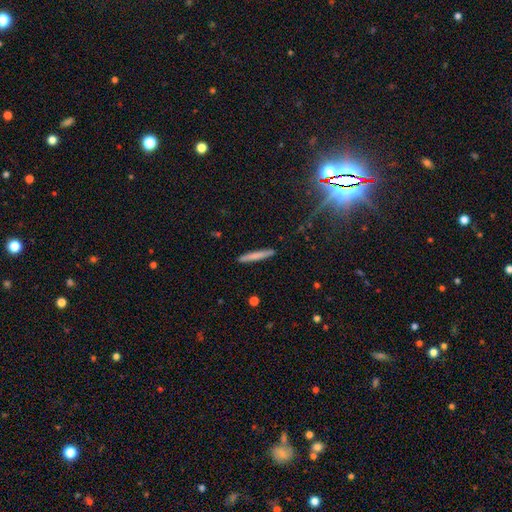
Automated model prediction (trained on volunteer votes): Smooth or featured: smooth — 71% (featured or disk — 23%)
How rounded: cigar-shaped — 96% (in between — 3%)
Merging: none — 91% (minor disturbance — 7%)